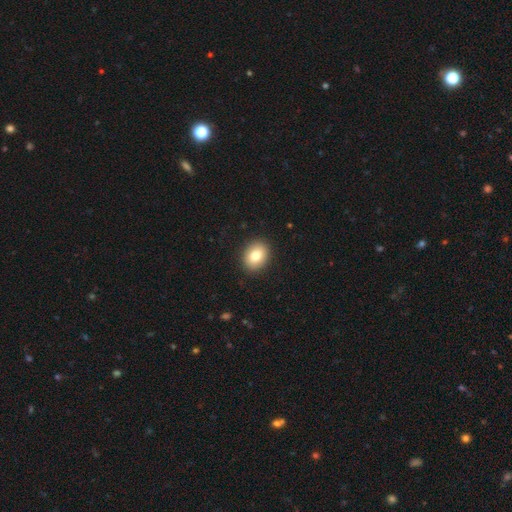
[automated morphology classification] This is clearly a smooth galaxy (80%). How rounded: possibly in between (52%). Merging: clearly none (90%).